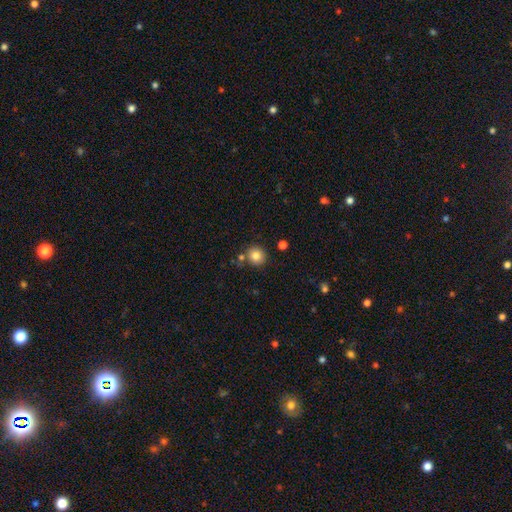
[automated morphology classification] smooth 82%, star or artifact 11%, featured or disk 7%. Down the decision tree: how rounded — round (91%); merging — none (79%).